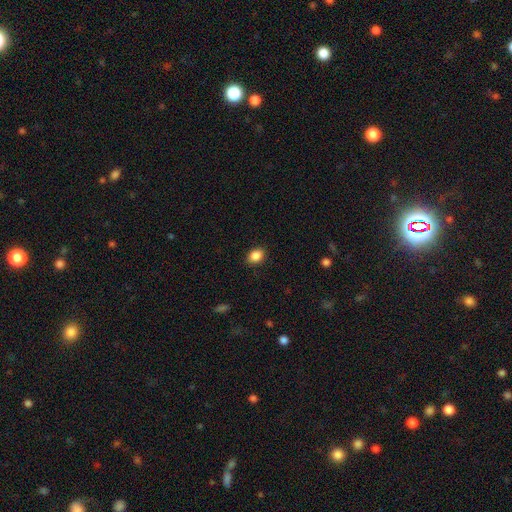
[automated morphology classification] Smooth or featured?
  - smooth: 87% *
  - star or artifact: 9%
  - featured or disk: 4%
How rounded?
  - in between: 70% *
  - round: 29%
  - cigar-shaped: 1%
Merging?
  - none: 88% *
  - minor disturbance: 9%
  - major disturbance: 2%
  - merger: 1%